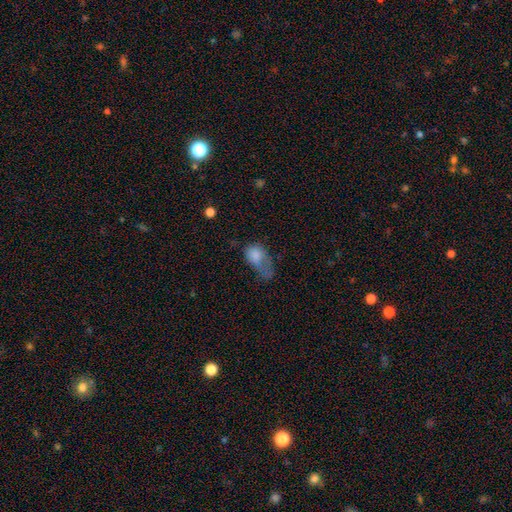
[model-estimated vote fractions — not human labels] Q: Smooth or featured?
A: smooth (75%); runner-up: featured or disk (16%)
Q: How rounded?
A: in between (83%); runner-up: round (15%)
Q: Merging?
A: major disturbance (54%); runner-up: minor disturbance (26%)